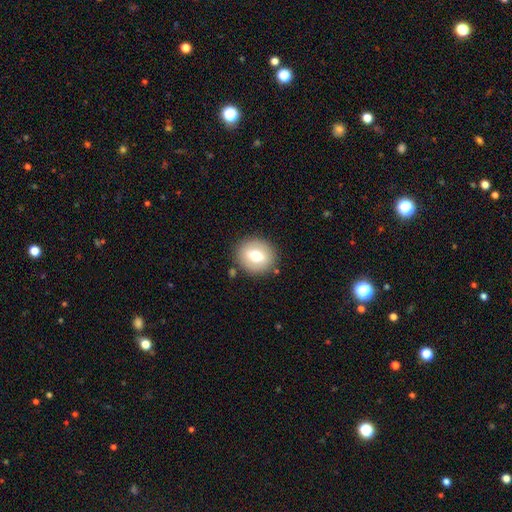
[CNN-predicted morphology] This is likely a smooth galaxy (66%). How rounded: likely round (75%). Merging: clearly none (85%).